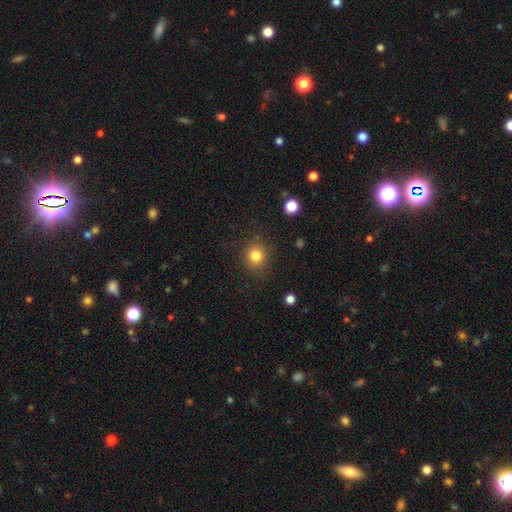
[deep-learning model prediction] This appears to be a smooth galaxy with no disk features (83%) that is round (86%). Merging: none (86%).